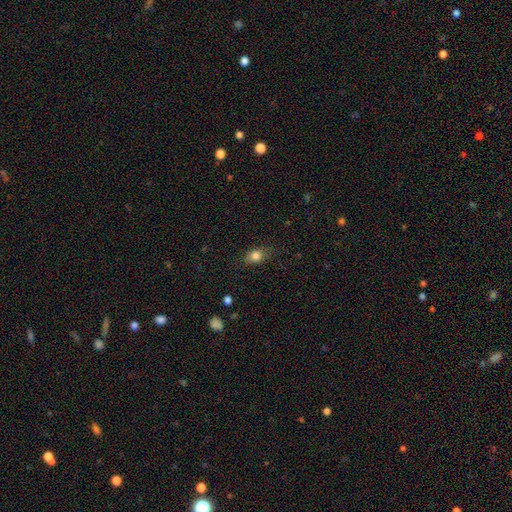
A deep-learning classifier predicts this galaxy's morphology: Smooth or featured?
  - smooth: 81% *
  - star or artifact: 10%
  - featured or disk: 9%
How rounded?
  - in between: 70% *
  - round: 27%
  - cigar-shaped: 4%
Merging?
  - none: 77% *
  - minor disturbance: 17%
  - major disturbance: 5%
  - merger: 1%